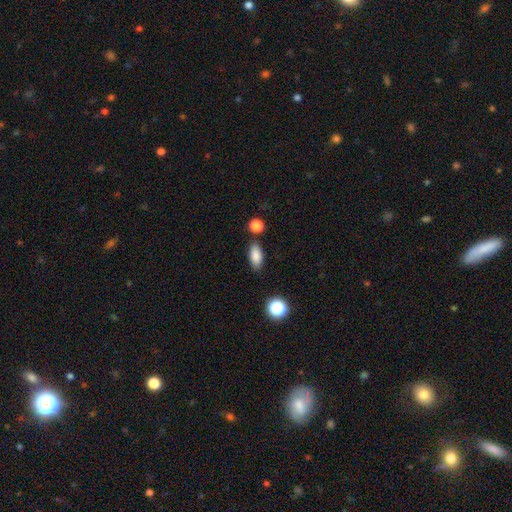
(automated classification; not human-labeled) smooth_or_featured: smooth (p=0.86) [alt: star or artifact p=0.09]
how_rounded: in between (p=0.87) [alt: cigar-shaped p=0.08]
merging: none (p=0.83) [alt: minor disturbance p=0.10]